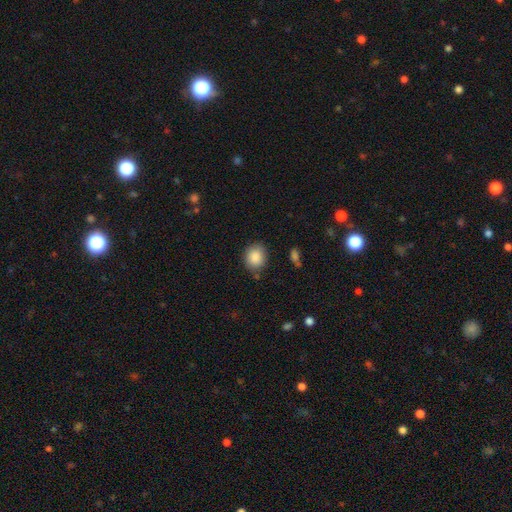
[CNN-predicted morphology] Smooth or featured?
  - smooth: 87% *
  - star or artifact: 8%
  - featured or disk: 5%
How rounded?
  - round: 68% *
  - in between: 30%
  - cigar-shaped: 1%
Merging?
  - none: 80% *
  - minor disturbance: 14%
  - major disturbance: 3%
  - merger: 3%